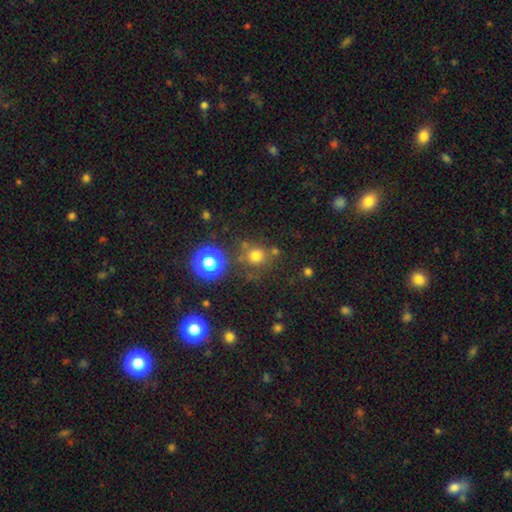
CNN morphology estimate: The model was most divided on "smooth or featured": smooth: 71%, star or artifact: 21%, featured or disk: 8%. More confident: how rounded — round (88%); merging — none (72%).